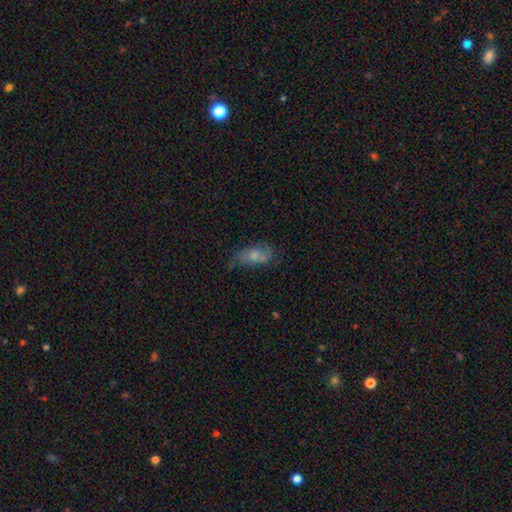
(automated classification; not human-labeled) Smooth or featured?
  - smooth: 52% *
  - featured or disk: 38%
  - star or artifact: 10%
How rounded?
  - in between: 84% *
  - cigar-shaped: 10%
  - round: 6%
Merging?
  - none: 46% *
  - minor disturbance: 28%
  - major disturbance: 18%
  - merger: 8%